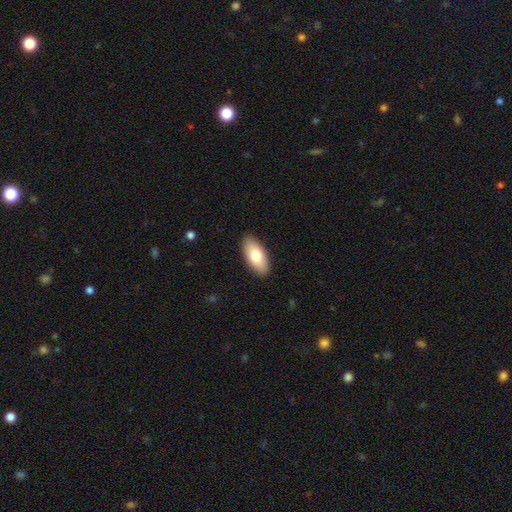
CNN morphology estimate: A smooth galaxy with no disk features (77%) that is in between round and cigar-shaped (90%). Merging: none (90%).